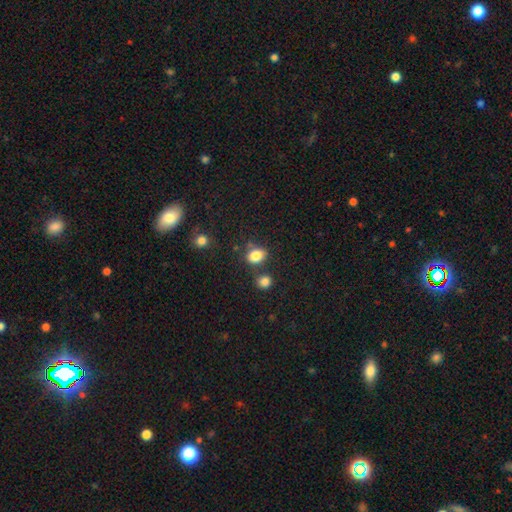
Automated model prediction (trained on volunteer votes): smooth_or_featured: smooth (p=0.83) [alt: star or artifact p=0.11]
how_rounded: in between (p=0.57) [alt: round p=0.41]
merging: none (p=0.66) [alt: merger p=0.16]